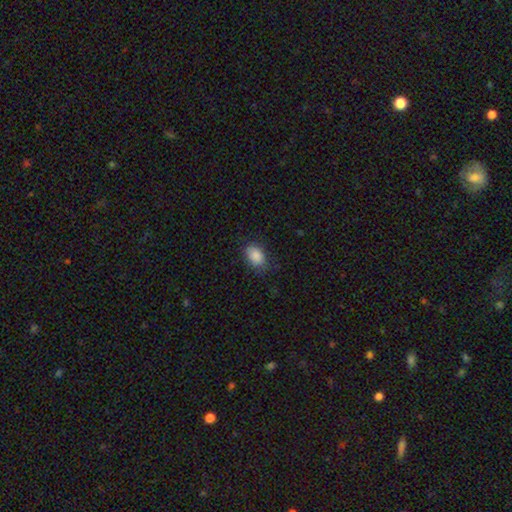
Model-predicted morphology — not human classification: Smooth or featured?
  - smooth: 88% *
  - star or artifact: 8%
  - featured or disk: 4%
How rounded?
  - in between: 83% *
  - round: 16%
  - cigar-shaped: 1%
Merging?
  - none: 79% *
  - minor disturbance: 16%
  - major disturbance: 4%
  - merger: 1%